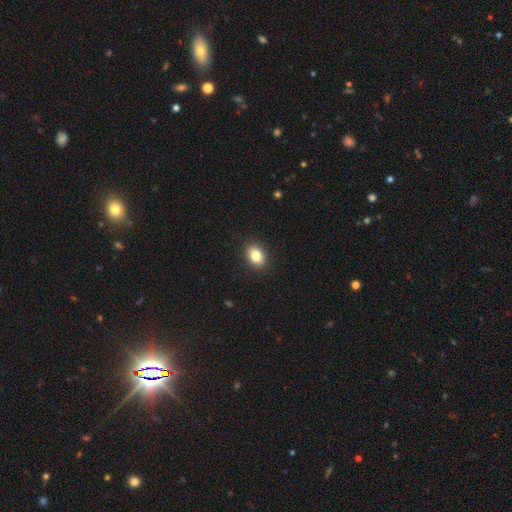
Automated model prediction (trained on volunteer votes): A smooth galaxy with no disk features (83%) that is in between round and cigar-shaped (75%).

Vote fractions:
- Smooth or featured? smooth: 83% / star or artifact: 9% / featured or disk: 8%
- How rounded? in between: 75% / round: 24% / cigar-shaped: 1%
- Merging? none: 90% / minor disturbance: 7% / major disturbance: 2% / merger: 1%